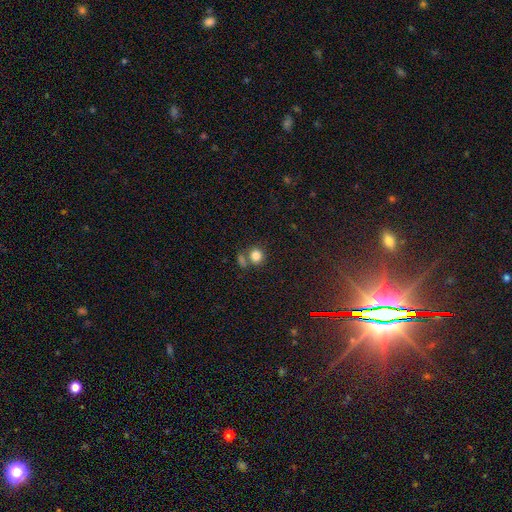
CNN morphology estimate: A smooth galaxy with no disk features (82%) that is round (83%).

Vote fractions:
- Smooth or featured? smooth: 82% / star or artifact: 11% / featured or disk: 6%
- How rounded? round: 83% / in between: 16% / cigar-shaped: 1%
- Merging? none: 59% / merger: 26% / minor disturbance: 10% / major disturbance: 5%